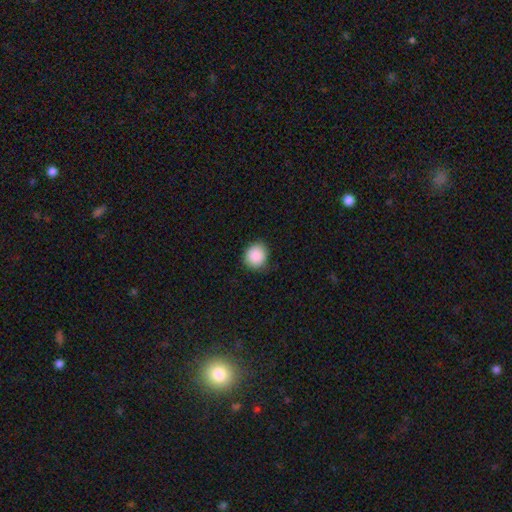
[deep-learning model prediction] The model was most divided on "how rounded": round: 85%, in between: 14%, cigar-shaped: 1%. More confident: smooth or featured — smooth (89%); merging — none (84%).